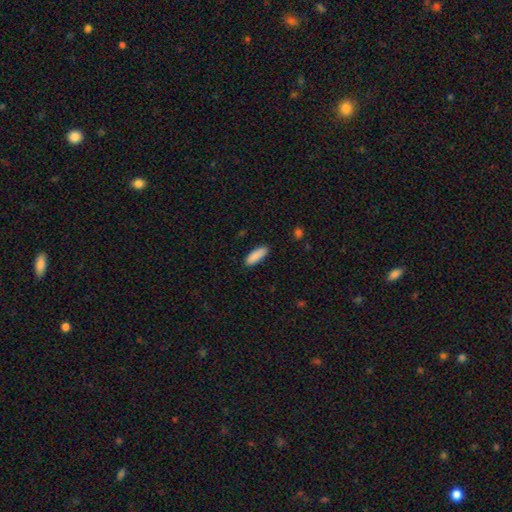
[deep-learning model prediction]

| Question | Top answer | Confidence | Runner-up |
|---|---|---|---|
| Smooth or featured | smooth | 89% | star or artifact (6%) |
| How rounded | in between | 63% | cigar-shaped (36%) |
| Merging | none | 88% | minor disturbance (9%) |